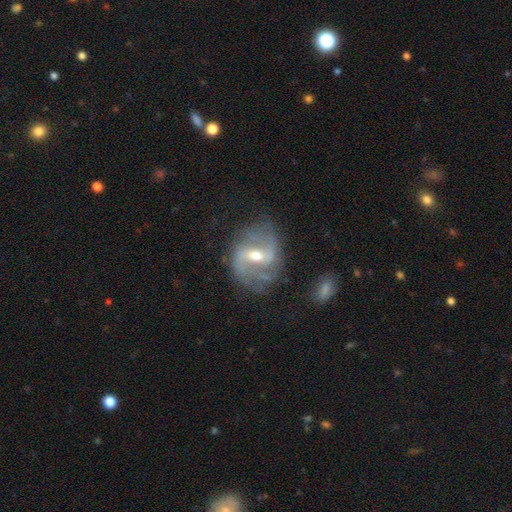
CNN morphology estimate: Q: Smooth or featured?
A: featured or disk (85%); runner-up: smooth (9%)
Q: Edge-on disk?
A: no (97%); runner-up: yes (3%)
Q: Bar?
A: weak (48%); runner-up: strong (37%)
Q: Spiral arms?
A: yes (92%); runner-up: no (8%)
Q: Spiral winding?
A: medium (45%); runner-up: loose (39%)
Q: Spiral arm count?
A: 2 (81%); runner-up: can't tell (8%)
Q: Bulge size?
A: moderate (64%); runner-up: small (30%)
Q: Merging?
A: none (67%); runner-up: minor disturbance (20%)